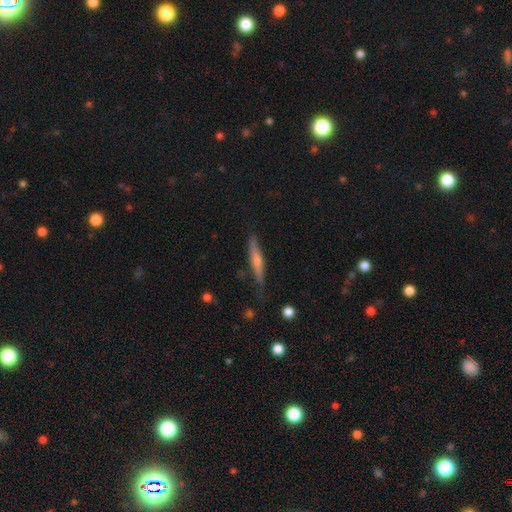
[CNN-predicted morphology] smooth-or-featured: featured or disk: 56% | smooth: 36% | star or artifact: 8%
  disk-edge-on: yes: 95% | no: 5%
    edge-on-bulge: rounded: 68% | none: 23% | boxy: 8%
  merging: none: 81% | minor disturbance: 14% | major disturbance: 3% | merger: 2%